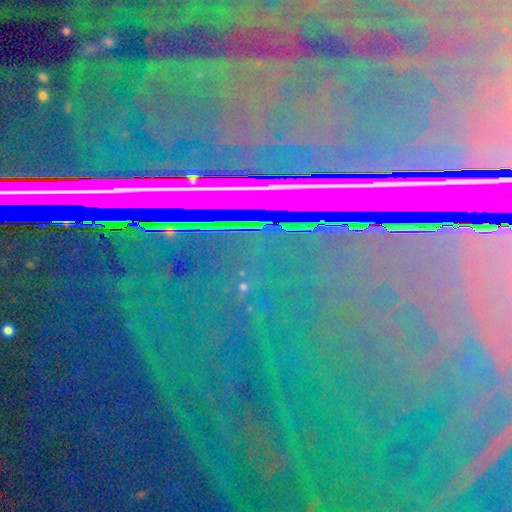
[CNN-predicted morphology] smooth-or-featured: star or artifact: 87% | featured or disk: 7% | smooth: 6%